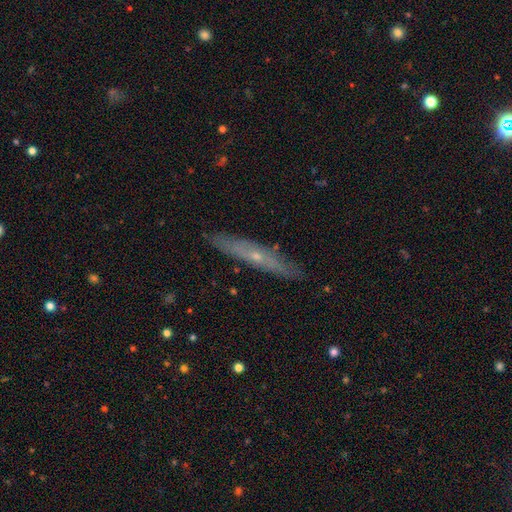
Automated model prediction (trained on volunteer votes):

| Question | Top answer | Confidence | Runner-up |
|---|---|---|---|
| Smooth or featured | featured or disk | 64% | smooth (29%) |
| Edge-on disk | yes | 82% | no (18%) |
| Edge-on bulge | rounded | 67% | none (31%) |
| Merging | none | 86% | minor disturbance (11%) |